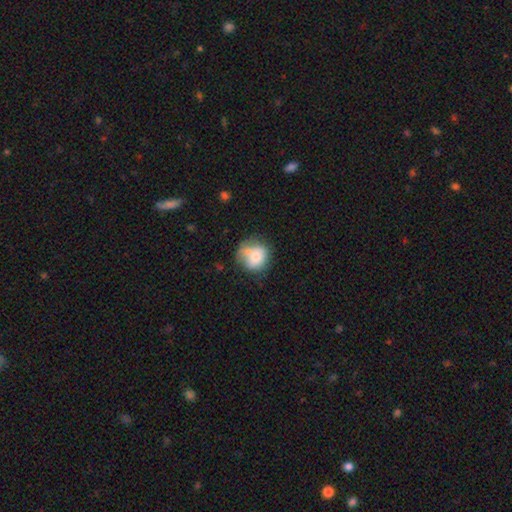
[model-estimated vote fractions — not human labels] smooth_or_featured: smooth (p=0.71) [alt: featured or disk p=0.20]
how_rounded: round (p=0.75) [alt: in between p=0.24]
merging: none (p=0.41) [alt: minor disturbance p=0.24]